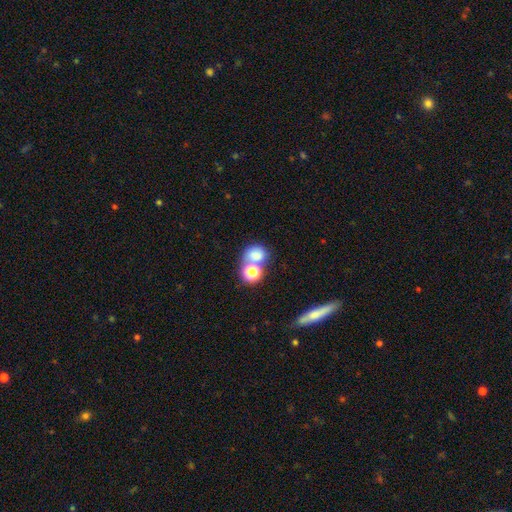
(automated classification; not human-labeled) This is likely a smooth galaxy (73%). How rounded: likely round (60%). Merging: possibly merger (49%).